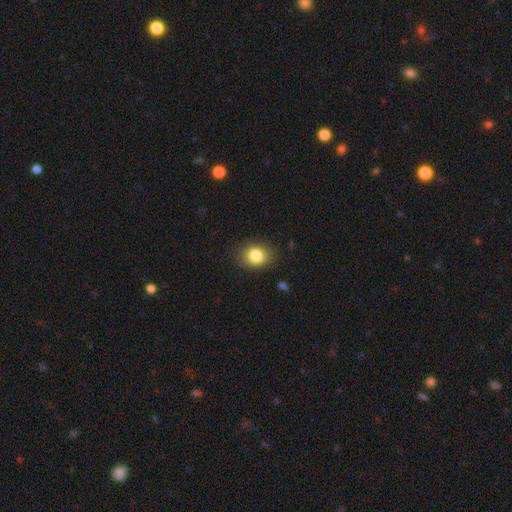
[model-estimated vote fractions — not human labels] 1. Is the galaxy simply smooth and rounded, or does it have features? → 83% smooth, 10% star or artifact, 7% featured or disk.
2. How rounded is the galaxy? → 54% in between, 45% round, 1% cigar-shaped.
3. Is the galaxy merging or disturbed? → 83% none, 12% minor disturbance, 3% major disturbance, 1% merger.